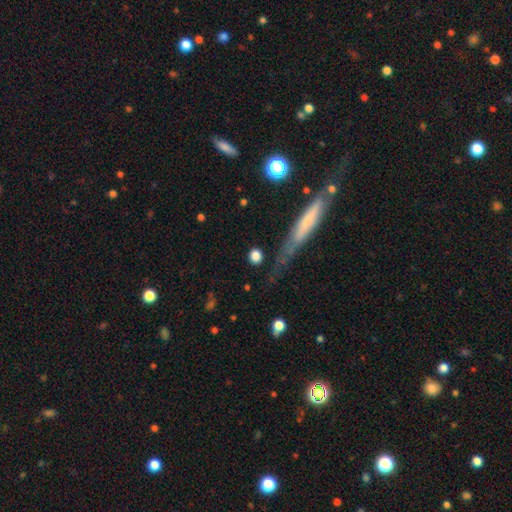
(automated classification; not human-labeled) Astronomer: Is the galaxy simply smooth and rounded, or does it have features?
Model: smooth — 82%.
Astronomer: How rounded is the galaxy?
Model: round — 82%.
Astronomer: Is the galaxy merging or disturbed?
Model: none — 85%.